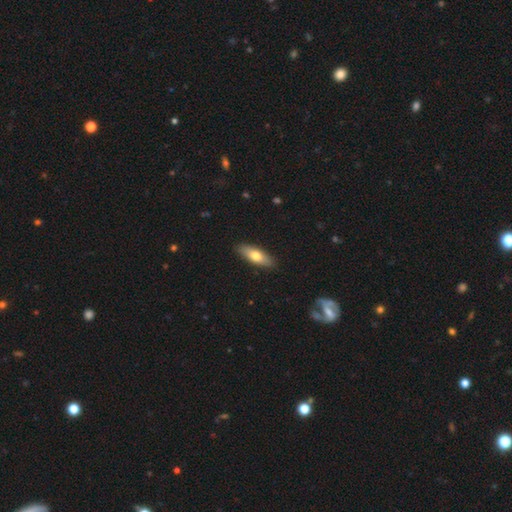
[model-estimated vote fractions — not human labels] Overall: smooth (69%). How rounded: in between (61%; cigar-shaped 37%). Merging: none (89%).